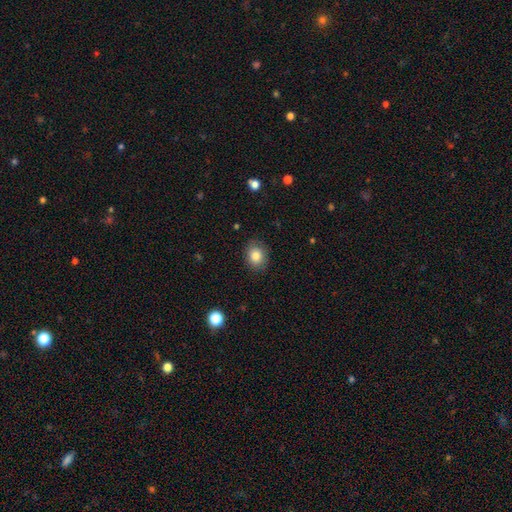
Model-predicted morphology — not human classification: Smooth or featured: smooth — 83% (star or artifact — 9%)
How rounded: round — 56% (in between — 43%)
Merging: none — 86% (minor disturbance — 11%)